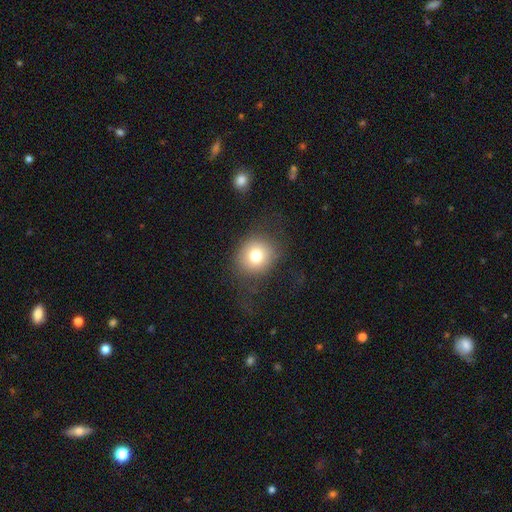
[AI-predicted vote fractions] Morphology: type=smooth (75%); roundness=round (81%); merging=none (72%).